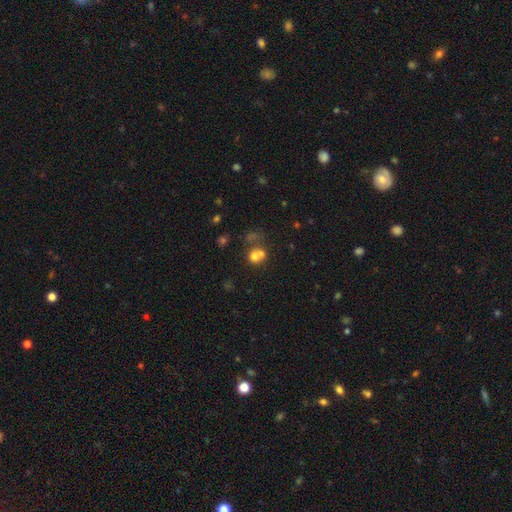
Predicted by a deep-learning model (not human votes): Morphology: type=smooth (67%); roundness=round (77%); merging=merger (55%).